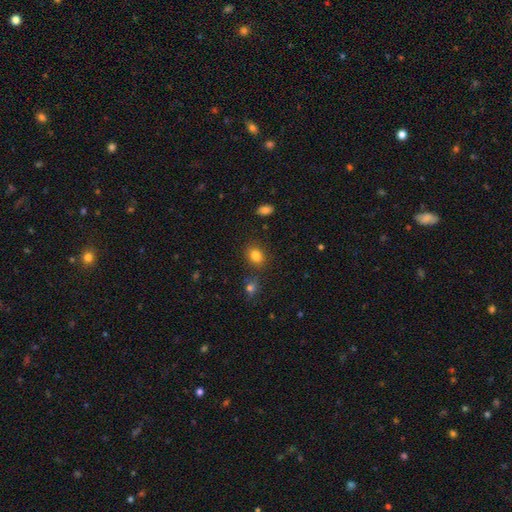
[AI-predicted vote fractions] Smooth or featured? smooth (83%)
How rounded? in between (51%)
Merging? none (80%)